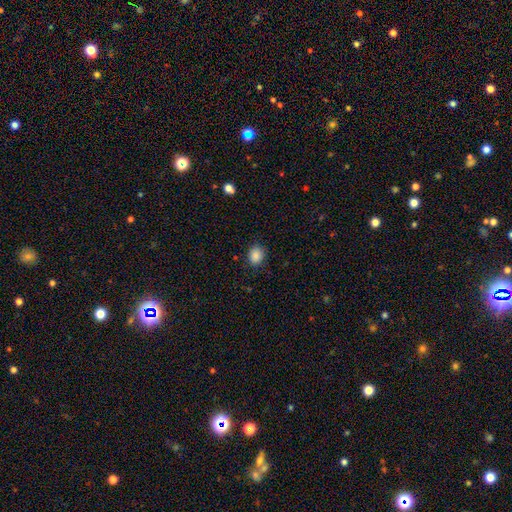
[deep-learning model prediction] A smooth galaxy with no disk features (87%) that is round (55%).

Vote fractions:
- Smooth or featured? smooth: 87% / star or artifact: 9% / featured or disk: 4%
- How rounded? round: 55% / in between: 44% / cigar-shaped: 1%
- Merging? none: 84% / minor disturbance: 12% / major disturbance: 3% / merger: 1%